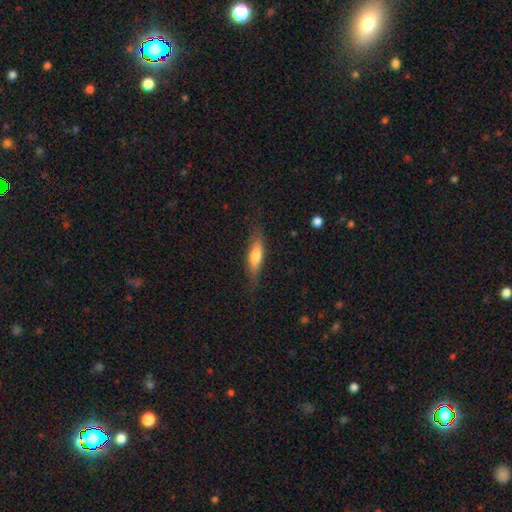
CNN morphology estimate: smooth 60%, featured or disk 34%, star or artifact 6%. Down the decision tree: how rounded — cigar-shaped (62%); merging — none (75%).